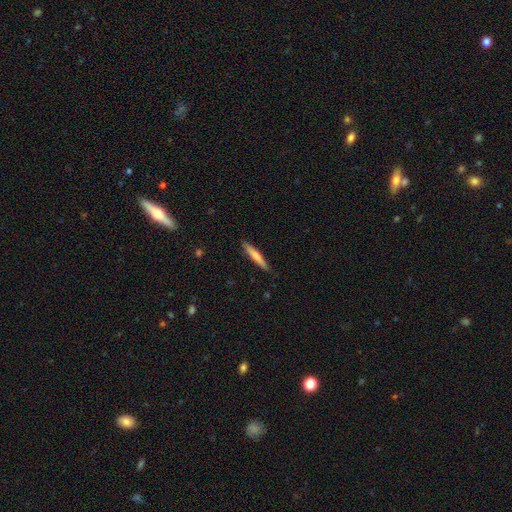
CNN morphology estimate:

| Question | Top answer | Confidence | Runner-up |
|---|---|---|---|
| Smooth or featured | smooth | 65% | featured or disk (30%) |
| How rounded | cigar-shaped | 94% | in between (4%) |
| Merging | none | 89% | minor disturbance (9%) |